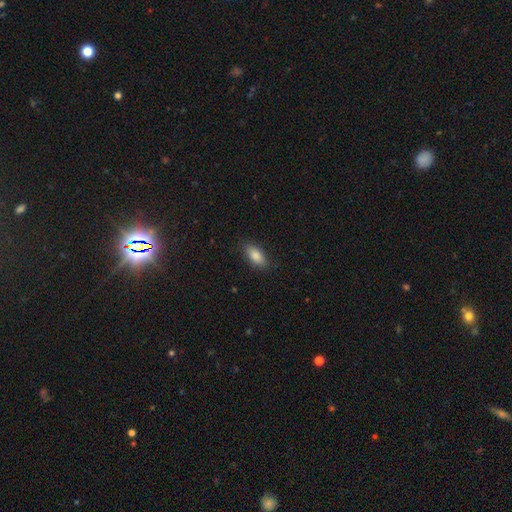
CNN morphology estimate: Smooth or featured? smooth (86%)
How rounded? in between (87%)
Merging? none (85%)